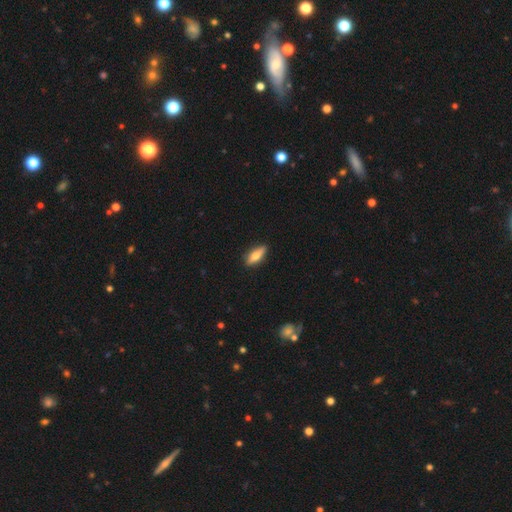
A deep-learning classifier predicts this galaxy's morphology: smooth-or-featured: smooth: 64% | featured or disk: 30% | star or artifact: 6%
  how-rounded: in between: 57% | cigar-shaped: 40% | round: 3%
  merging: none: 87% | minor disturbance: 10% | major disturbance: 2% | merger: 1%